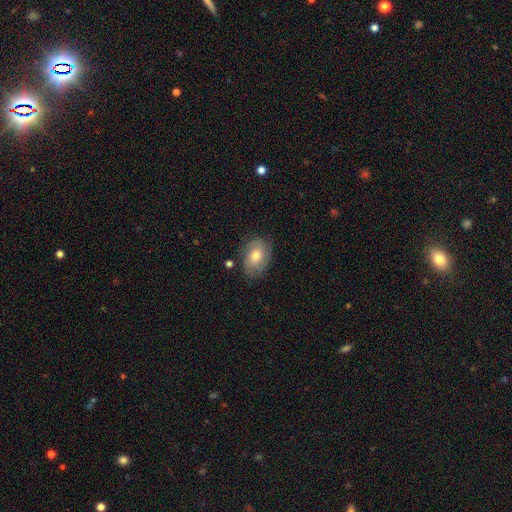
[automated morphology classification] Smooth or featured? Predicted: smooth (p=0.54). How rounded? Predicted: in between (p=0.80). Merging? Predicted: none (p=0.75).